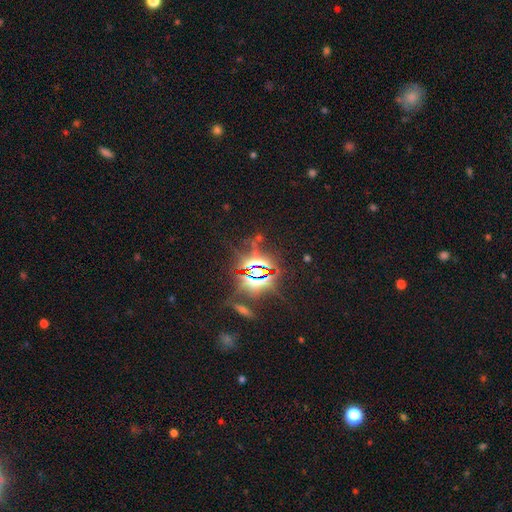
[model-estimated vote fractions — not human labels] Smooth or featured? star or artifact (85%)